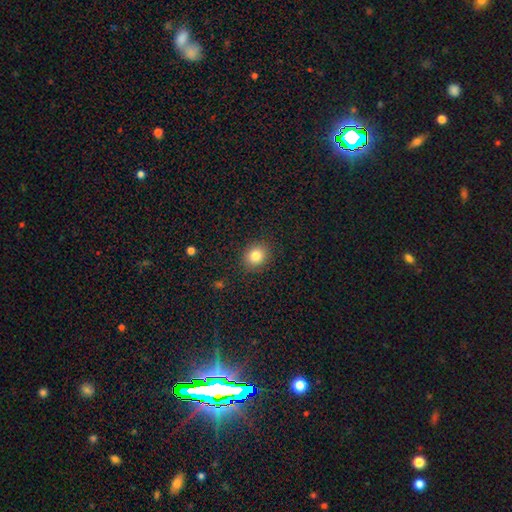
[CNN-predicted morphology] This is clearly a smooth galaxy (83%). How rounded: likely round (75%). Merging: clearly none (89%).